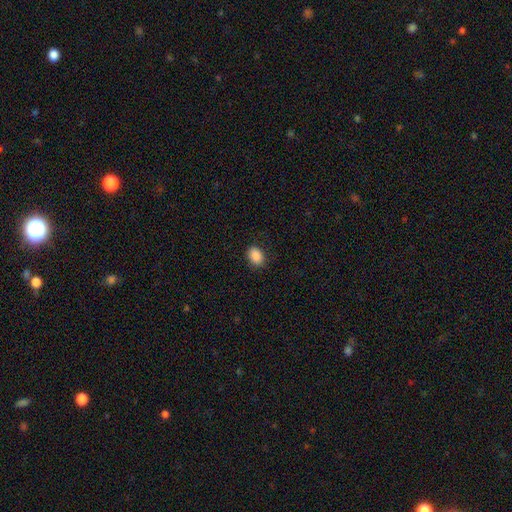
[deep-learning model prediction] Smooth or featured?
  - smooth: 88% *
  - star or artifact: 8%
  - featured or disk: 3%
How rounded?
  - in between: 74% *
  - round: 25%
  - cigar-shaped: 1%
Merging?
  - none: 86% *
  - minor disturbance: 11%
  - major disturbance: 3%
  - merger: 1%